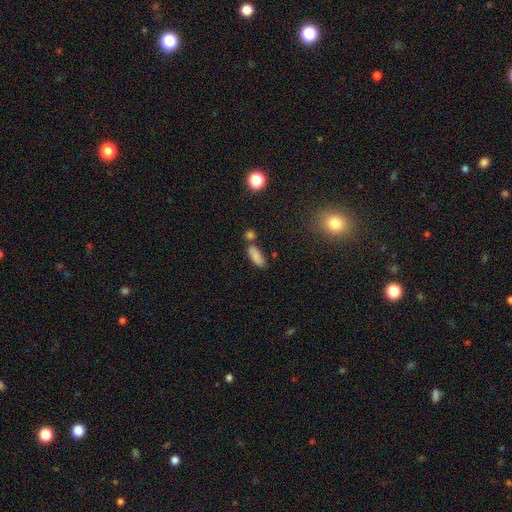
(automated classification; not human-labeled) Smooth or featured? Predicted: smooth (p=0.76). How rounded? Predicted: in between (p=0.76). Merging? Predicted: none (p=0.55).